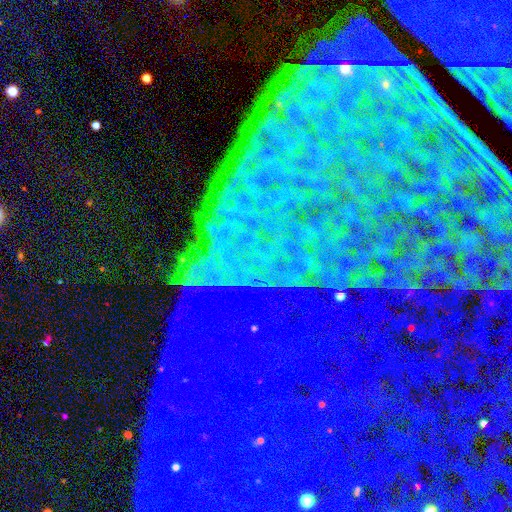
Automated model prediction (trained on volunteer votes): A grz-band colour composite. It shows a star or artifact, not a galaxy (83%).